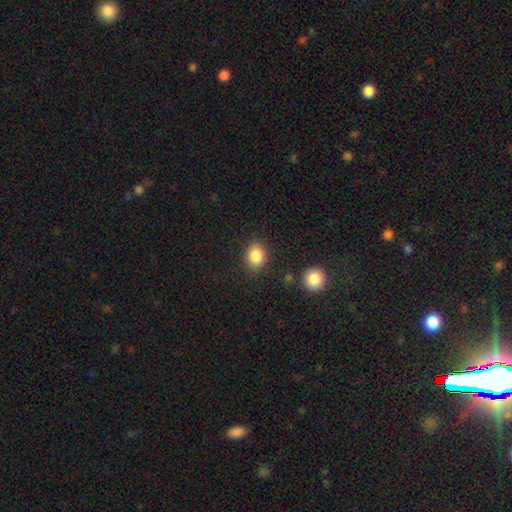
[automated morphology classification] type=smooth (86%); roundness=in between (56%); merging=none (82%).